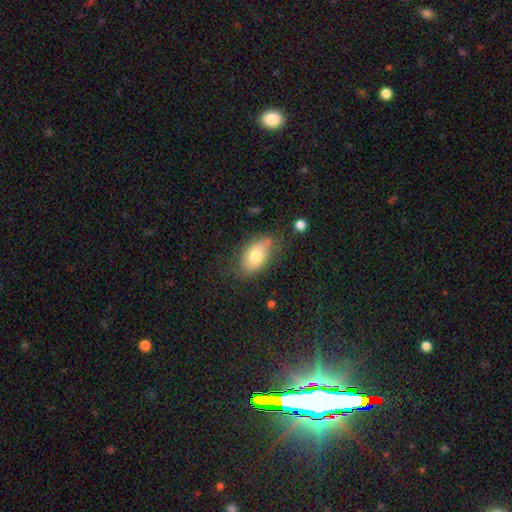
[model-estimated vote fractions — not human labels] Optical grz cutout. It shows a smooth galaxy with no disk features (72%) that is in between round and cigar-shaped (90%). Merging: none (65%).